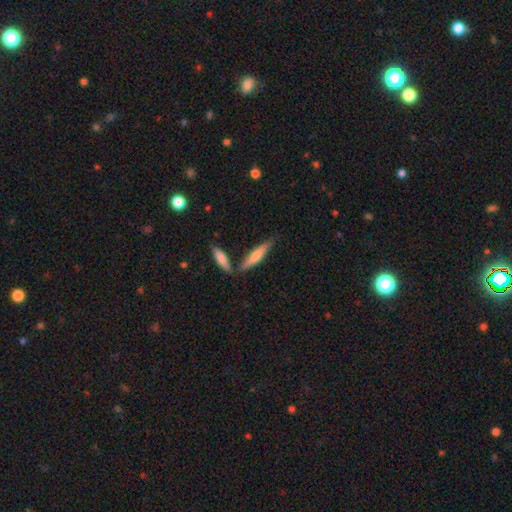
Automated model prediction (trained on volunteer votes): Smooth or featured? smooth (59%)
How rounded? cigar-shaped (83%)
Merging? none (72%)